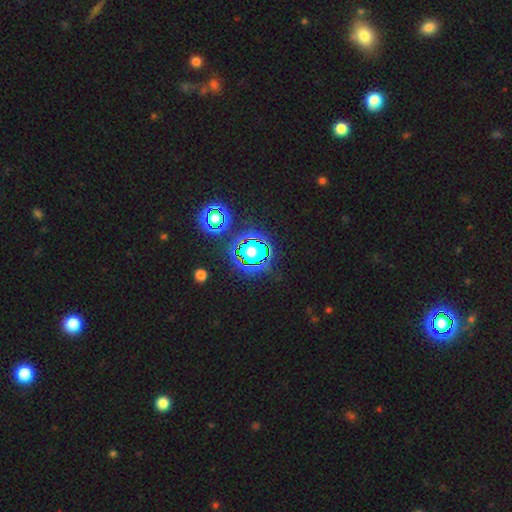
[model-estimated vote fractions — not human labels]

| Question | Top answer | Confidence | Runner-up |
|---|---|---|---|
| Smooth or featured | star or artifact | 78% | smooth (15%) |